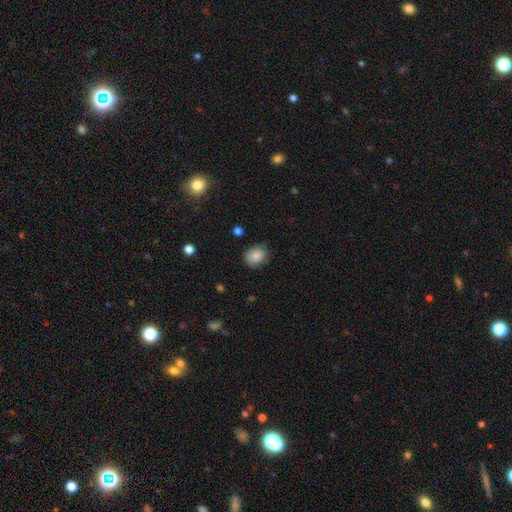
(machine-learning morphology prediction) A smooth galaxy with no disk features (86%) that is round (57%).

Vote fractions:
- Smooth or featured? smooth: 86% / star or artifact: 8% / featured or disk: 6%
- How rounded? round: 57% / in between: 42% / cigar-shaped: 1%
- Merging? none: 77% / minor disturbance: 18% / major disturbance: 4% / merger: 1%